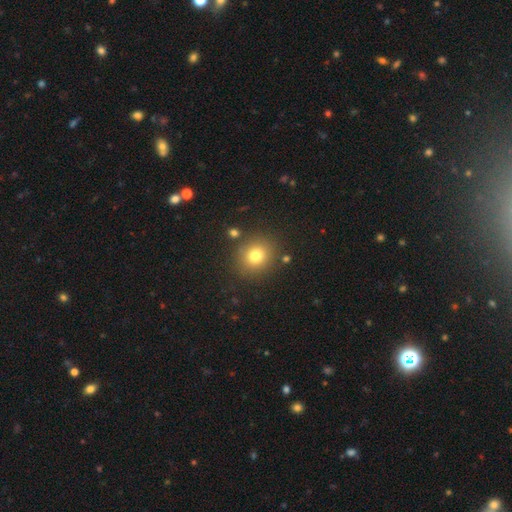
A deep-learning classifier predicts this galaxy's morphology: This appears to be a smooth galaxy with no disk features (77%) that is round (83%). Merging: none (85%).